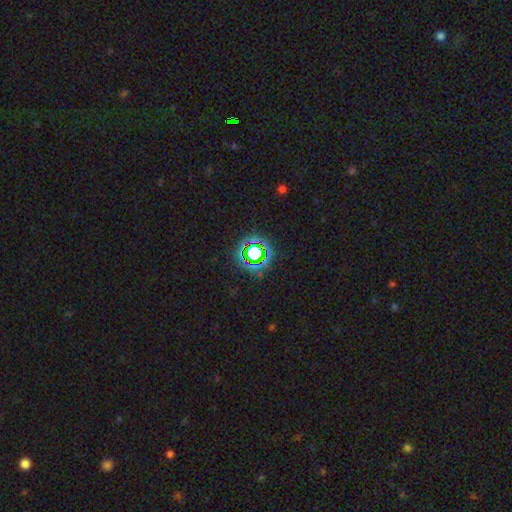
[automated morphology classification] smooth_or_featured: star or artifact (p=0.68) [alt: smooth p=0.21]